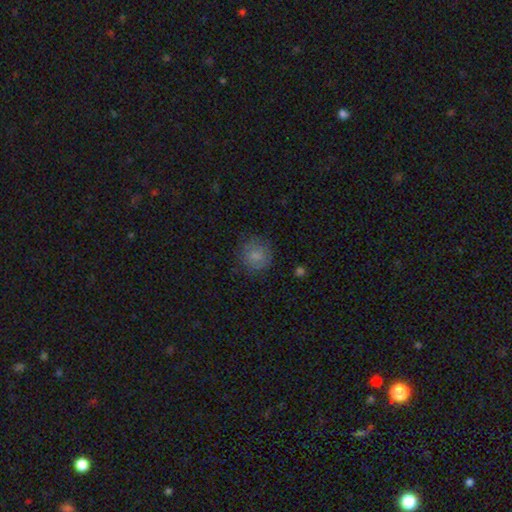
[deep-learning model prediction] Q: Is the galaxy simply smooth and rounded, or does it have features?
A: smooth — 78%.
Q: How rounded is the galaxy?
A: round — 86%.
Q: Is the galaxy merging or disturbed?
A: none — 78%.